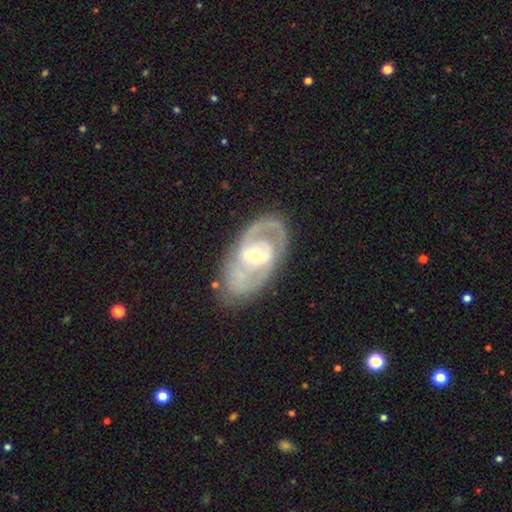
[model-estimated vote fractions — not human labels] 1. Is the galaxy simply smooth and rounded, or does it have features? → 82% featured or disk, 14% smooth, 5% star or artifact.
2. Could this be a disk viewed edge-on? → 94% no, 6% yes.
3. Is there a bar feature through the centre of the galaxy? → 42% weak, 37% no, 20% strong.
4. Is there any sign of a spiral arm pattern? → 80% yes, 20% no.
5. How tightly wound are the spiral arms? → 46% tight, 39% medium, 15% loose.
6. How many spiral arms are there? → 68% 2, 17% can't tell, 7% 1, 5% 3, 2% 4, 2% more than 4.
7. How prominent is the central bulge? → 69% moderate, 20% small, 8% large, 1% dominant, 1% none.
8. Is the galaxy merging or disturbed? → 77% none, 15% minor disturbance, 7% major disturbance, 2% merger.